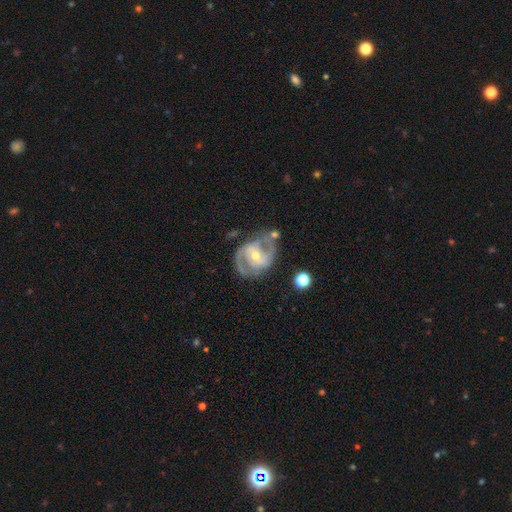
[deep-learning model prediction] Smooth or featured? Predicted: featured or disk (p=0.86). Edge-on disk? Predicted: no (p=0.97). Bar? Predicted: weak (p=0.41). Spiral arms? Predicted: yes (p=0.93). Spiral winding? Predicted: medium (p=0.55). Spiral arm count? Predicted: 2 (p=0.84). Bulge size? Predicted: moderate (p=0.52). Merging? Predicted: none (p=0.66).